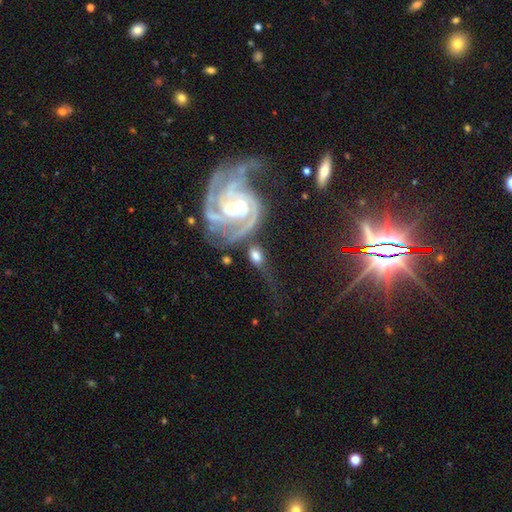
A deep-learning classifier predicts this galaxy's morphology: featured or disk 52%, smooth 40%, star or artifact 8%. Down the decision tree: edge-on disk — no (93%); merging — none (43%).